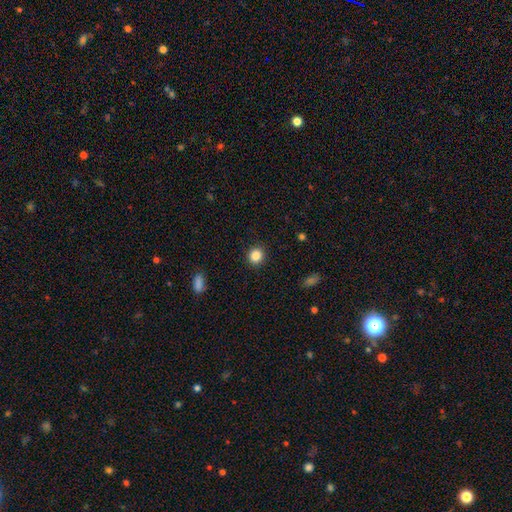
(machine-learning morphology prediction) smooth-or-featured: smooth: 86% | star or artifact: 10% | featured or disk: 4%
  how-rounded: round: 89% | in between: 10% | cigar-shaped: 1%
  merging: none: 91% | minor disturbance: 6% | major disturbance: 2% | merger: 1%